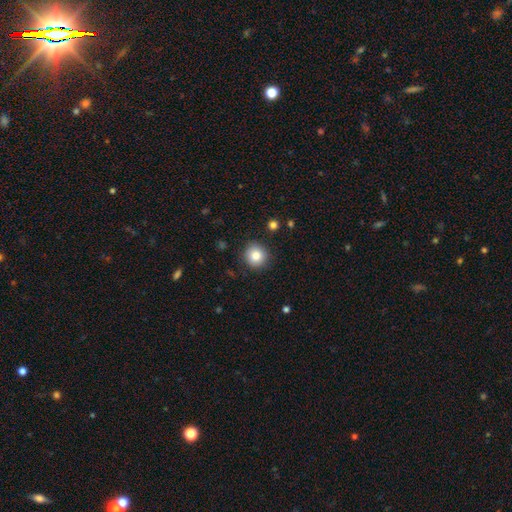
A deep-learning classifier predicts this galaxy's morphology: type=smooth (84%); roundness=round (92%); merging=none (89%).